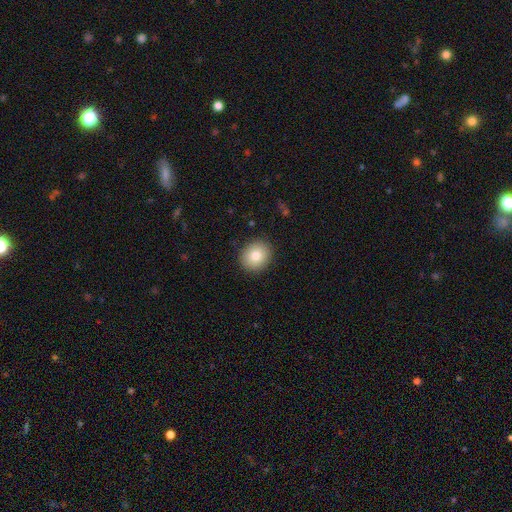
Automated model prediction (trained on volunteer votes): smooth-or-featured: smooth: 81% | featured or disk: 9% | star or artifact: 9%
  how-rounded: round: 75% | in between: 25% | cigar-shaped: 1%
  merging: none: 90% | minor disturbance: 7% | major disturbance: 2% | merger: 1%